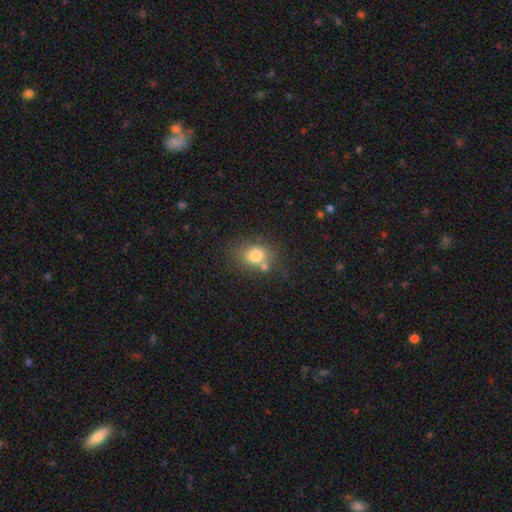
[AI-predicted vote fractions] The model was most divided on "how rounded": round: 56%, in between: 43%, cigar-shaped: 1%. More confident: smooth or featured — smooth (78%); merging — none (59%).